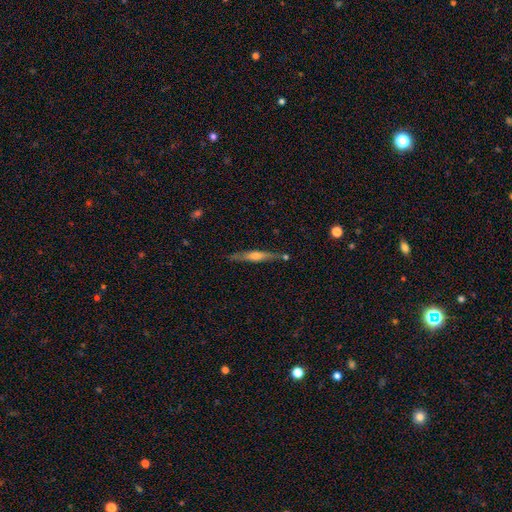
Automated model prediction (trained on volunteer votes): Smooth or featured? Predicted: featured or disk (p=0.69). Edge-on disk? Predicted: yes (p=0.96). Edge-on bulge? Predicted: rounded (p=0.70). Merging? Predicted: none (p=0.84).